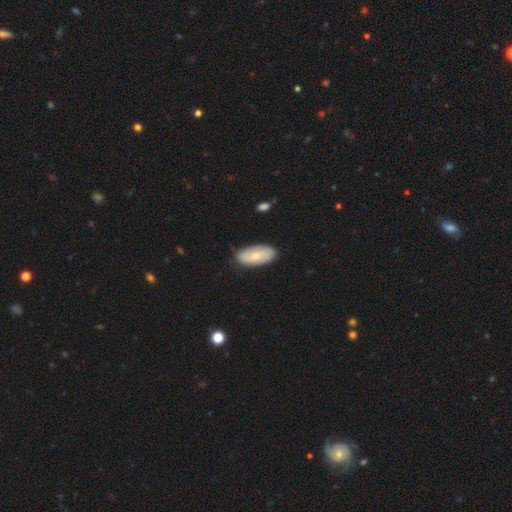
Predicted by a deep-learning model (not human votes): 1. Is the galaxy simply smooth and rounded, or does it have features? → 59% smooth, 35% featured or disk, 6% star or artifact.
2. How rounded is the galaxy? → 91% in between, 7% cigar-shaped, 2% round.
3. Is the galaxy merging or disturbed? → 77% none, 19% minor disturbance, 3% major disturbance, 2% merger.